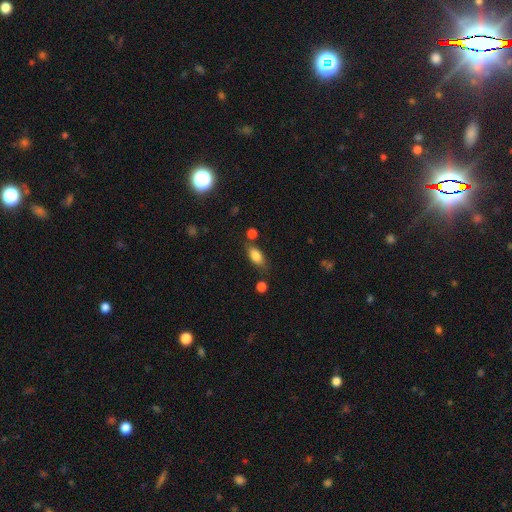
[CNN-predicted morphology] Q: Smooth or featured?
A: smooth (83%); runner-up: star or artifact (8%)
Q: How rounded?
A: in between (86%); runner-up: cigar-shaped (9%)
Q: Merging?
A: none (71%); runner-up: minor disturbance (17%)